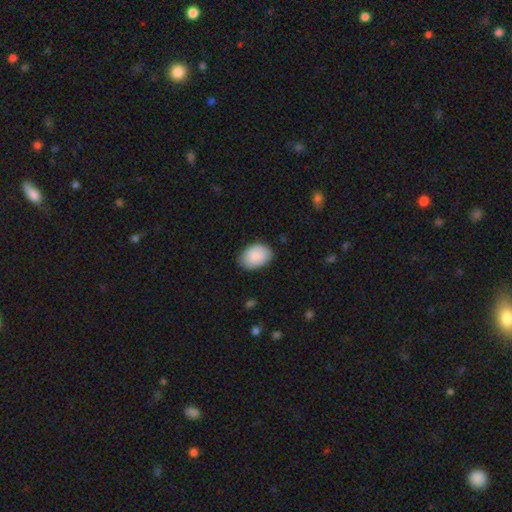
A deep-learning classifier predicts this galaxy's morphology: Smooth or featured? Predicted: smooth (p=0.89). How rounded? Predicted: in between (p=0.85). Merging? Predicted: none (p=0.84).